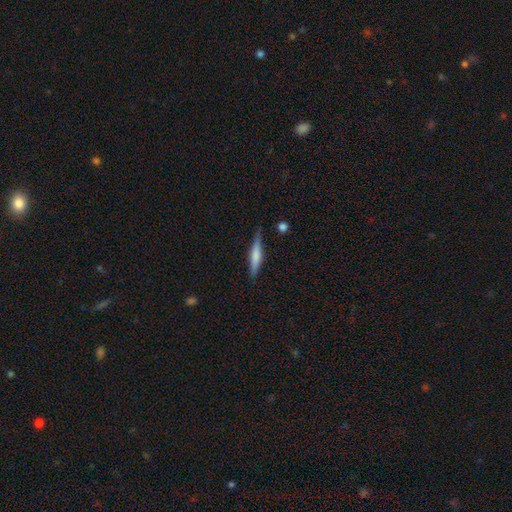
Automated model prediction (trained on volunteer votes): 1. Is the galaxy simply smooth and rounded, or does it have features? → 61% smooth, 33% featured or disk, 6% star or artifact.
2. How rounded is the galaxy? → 85% cigar-shaped, 13% in between, 2% round.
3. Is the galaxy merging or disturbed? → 77% none, 17% minor disturbance, 4% major disturbance, 2% merger.